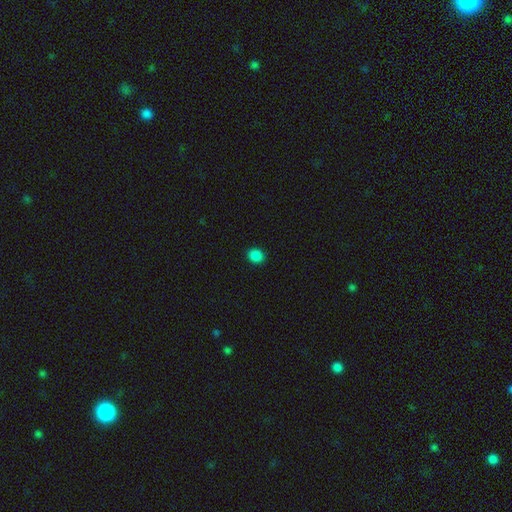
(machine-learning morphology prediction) Smooth or featured? smooth (86%)
How rounded? round (66%)
Merging? none (91%)